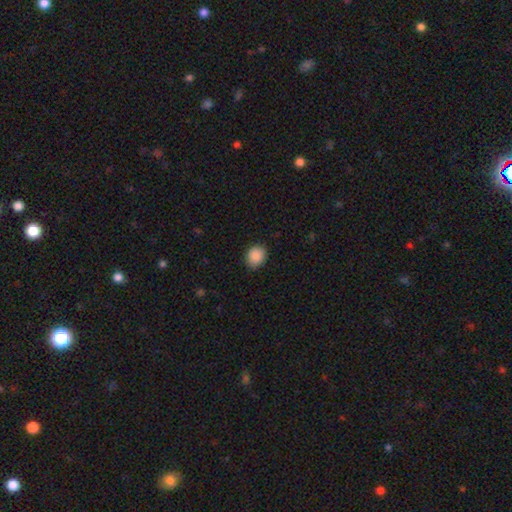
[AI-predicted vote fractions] smooth 89%, star or artifact 8%, featured or disk 3%. Down the decision tree: how rounded — round (65%); merging — none (84%).